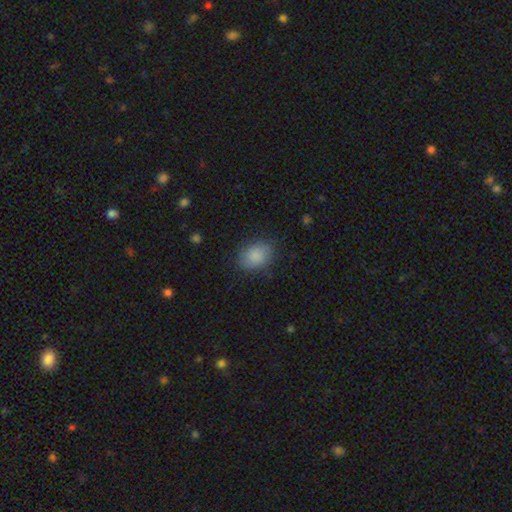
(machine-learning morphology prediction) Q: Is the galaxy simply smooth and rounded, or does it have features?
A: smooth — 87%.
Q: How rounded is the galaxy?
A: in between — 68%.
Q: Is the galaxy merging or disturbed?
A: none — 80%.